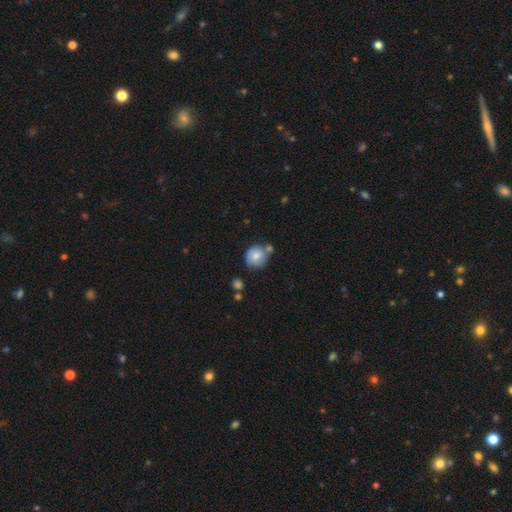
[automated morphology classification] Overall: smooth (67%). How rounded: round (81%). Merging: none (54%; minor disturbance 22%).